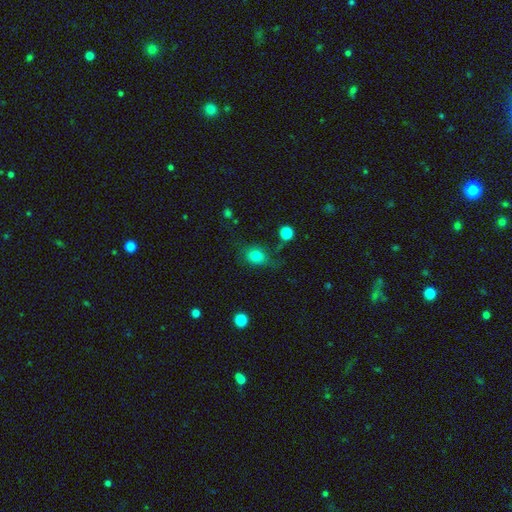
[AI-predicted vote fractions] This is clearly a smooth galaxy (80%). How rounded: possibly in between (53%). Merging: likely none (60%).